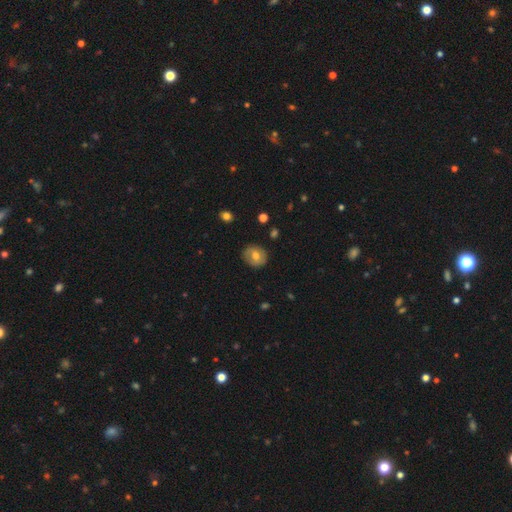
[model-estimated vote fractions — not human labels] Smooth or featured? Predicted: smooth (p=0.62). How rounded? Predicted: round (p=0.73). Merging? Predicted: none (p=0.83).